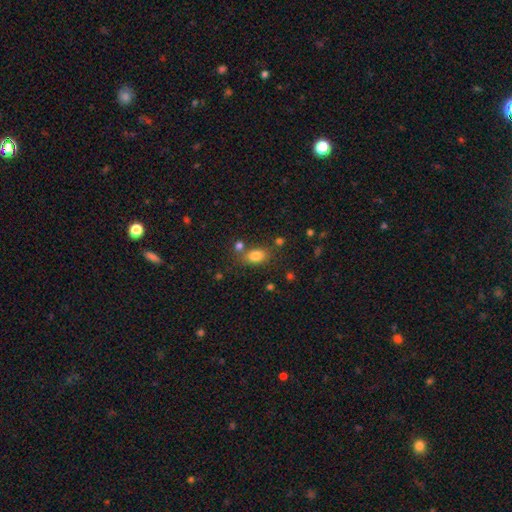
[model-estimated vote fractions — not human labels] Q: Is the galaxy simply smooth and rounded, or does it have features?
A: smooth — 81%.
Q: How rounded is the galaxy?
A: in between — 83%.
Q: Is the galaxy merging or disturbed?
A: none — 70%.